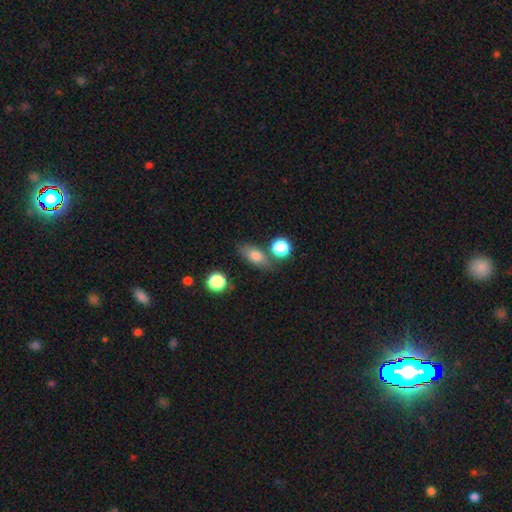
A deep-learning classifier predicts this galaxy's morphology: This is likely a smooth galaxy (77%). How rounded: likely in between (75%). Merging: likely none (69%).